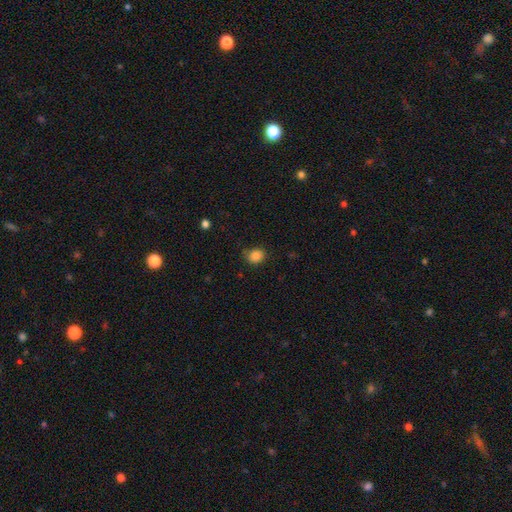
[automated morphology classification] Q: Smooth or featured?
A: smooth (85%); runner-up: star or artifact (11%)
Q: How rounded?
A: round (63%); runner-up: in between (36%)
Q: Merging?
A: none (76%); runner-up: minor disturbance (18%)